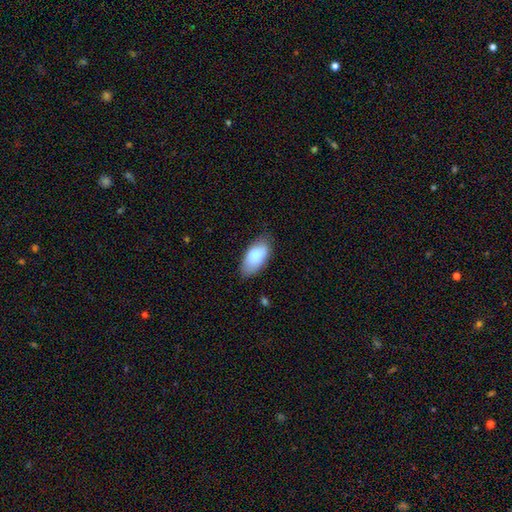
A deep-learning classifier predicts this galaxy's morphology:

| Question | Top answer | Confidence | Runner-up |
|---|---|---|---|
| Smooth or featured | smooth | 85% | featured or disk (10%) |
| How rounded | in between | 93% | cigar-shaped (4%) |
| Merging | none | 77% | minor disturbance (18%) |